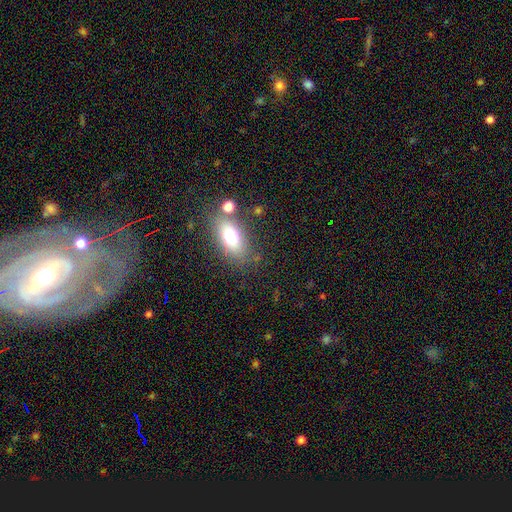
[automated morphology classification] smooth-or-featured: smooth: 62% | featured or disk: 24% | star or artifact: 13%
  how-rounded: in between: 83% | round: 9% | cigar-shaped: 8%
  merging: none: 73% | minor disturbance: 15% | merger: 6% | major disturbance: 6%